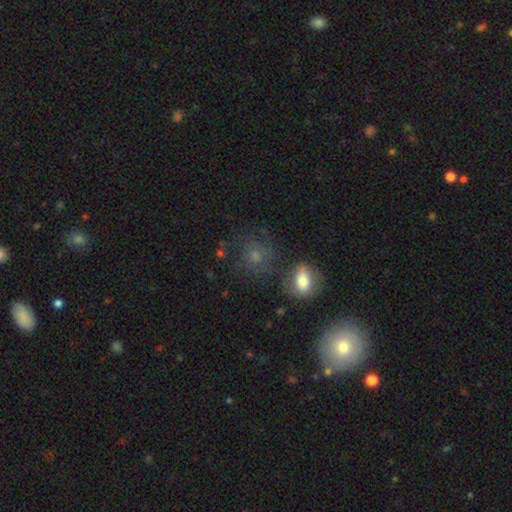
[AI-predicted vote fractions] A smooth galaxy with no disk features (61%) that is round (75%).

Vote fractions:
- Smooth or featured? smooth: 61% / featured or disk: 22% / star or artifact: 17%
- How rounded? round: 75% / in between: 23% / cigar-shaped: 1%
- Merging? none: 61% / minor disturbance: 18% / major disturbance: 11% / merger: 10%